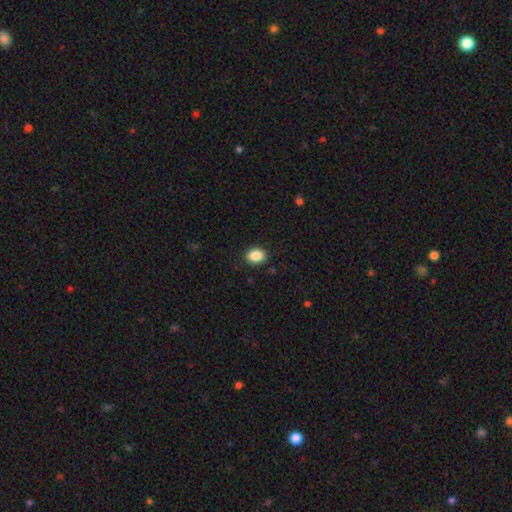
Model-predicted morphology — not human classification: Smooth or featured?
  - smooth: 88% *
  - star or artifact: 9%
  - featured or disk: 4%
How rounded?
  - in between: 64% *
  - round: 35%
  - cigar-shaped: 1%
Merging?
  - none: 90% *
  - minor disturbance: 7%
  - major disturbance: 2%
  - merger: 1%